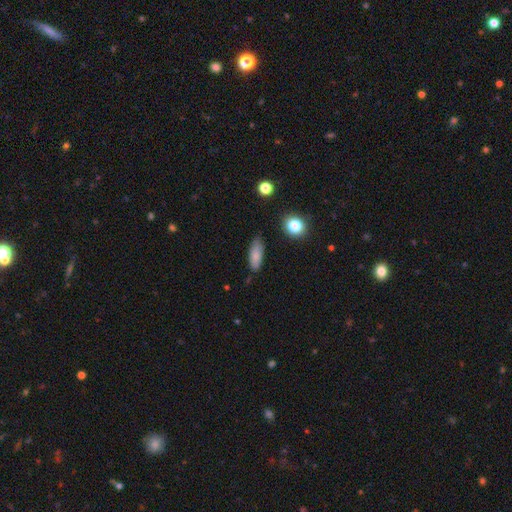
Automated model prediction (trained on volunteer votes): This is clearly a smooth galaxy (81%). How rounded: likely in between (75%). Merging: likely none (77%).